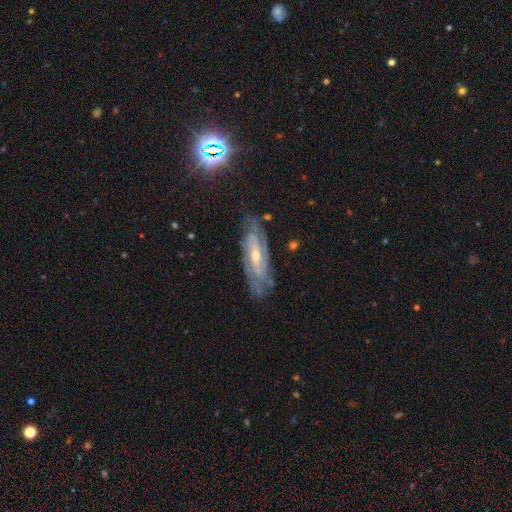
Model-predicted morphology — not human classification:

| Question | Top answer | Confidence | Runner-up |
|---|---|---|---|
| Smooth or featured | featured or disk | 81% | smooth (11%) |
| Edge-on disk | no | 81% | yes (19%) |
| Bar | no | 45% | weak (41%) |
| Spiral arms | yes | 93% | no (7%) |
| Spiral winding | tight | 60% | medium (32%) |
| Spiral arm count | can't tell | 42% | 2 (31%) |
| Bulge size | small | 54% | moderate (41%) |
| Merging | none | 76% | minor disturbance (18%) |